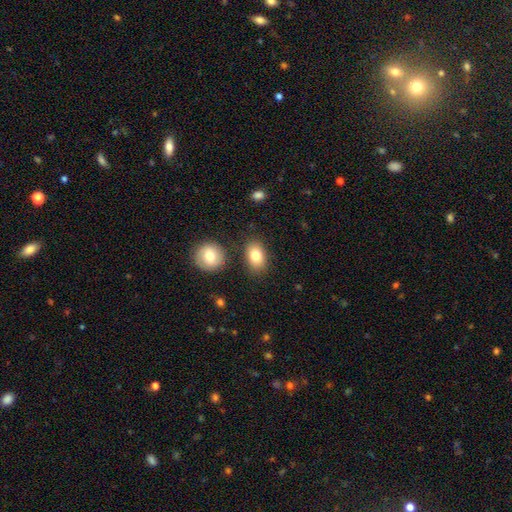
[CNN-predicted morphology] Smooth or featured? smooth (81%)
How rounded? in between (79%)
Merging? none (80%)